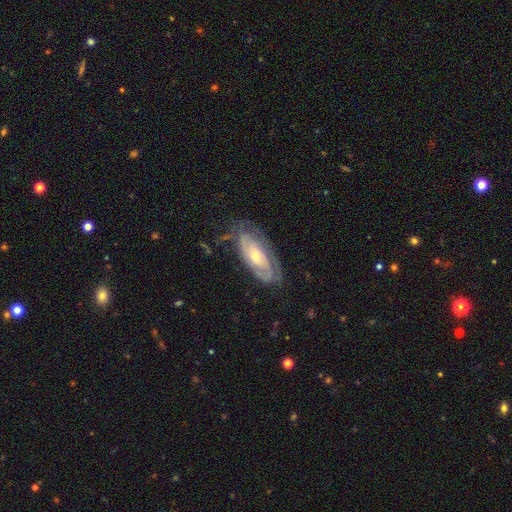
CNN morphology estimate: smooth_or_featured: featured or disk (p=0.77) [alt: smooth p=0.17]
disk_edge_on: no (p=0.90) [alt: yes p=0.10]
bar: no (p=0.63) [alt: weak p=0.28]
has_spiral_arms: yes (p=0.87) [alt: no p=0.13]
spiral_winding: tight (p=0.65) [alt: medium p=0.27]
spiral_arm_count: can't tell (p=0.41) [alt: 2 p=0.40]
bulge_size: moderate (p=0.53) [alt: small p=0.41]
merging: none (p=0.68) [alt: minor disturbance p=0.21]